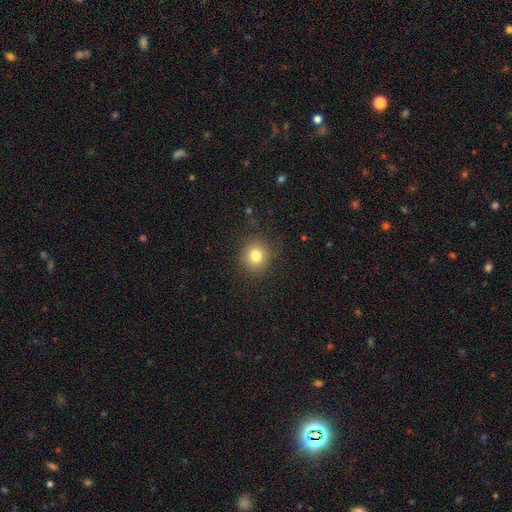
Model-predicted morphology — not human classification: A smooth galaxy with no disk features (80%) that is round (88%).

Vote fractions:
- Smooth or featured? smooth: 80% / star or artifact: 12% / featured or disk: 8%
- How rounded? round: 88% / in between: 11% / cigar-shaped: 1%
- Merging? none: 88% / minor disturbance: 8% / major disturbance: 3% / merger: 1%